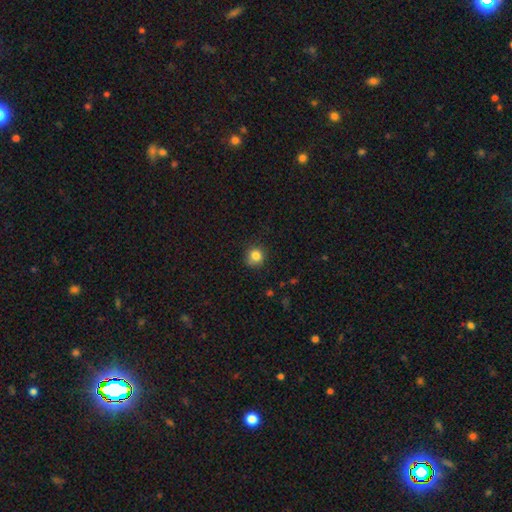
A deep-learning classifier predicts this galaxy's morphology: Smooth or featured? smooth (83%)
How rounded? round (89%)
Merging? none (80%)